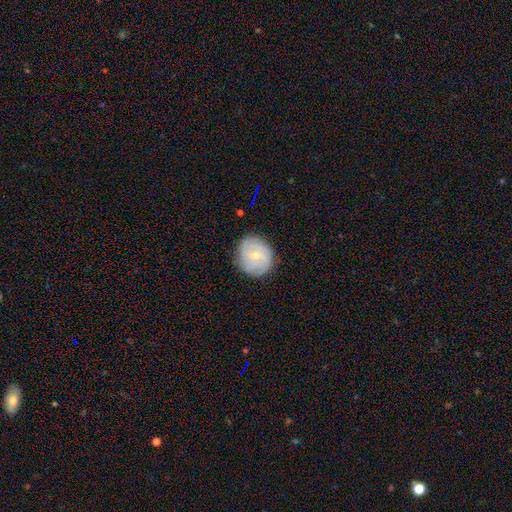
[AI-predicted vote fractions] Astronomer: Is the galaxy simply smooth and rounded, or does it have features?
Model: featured or disk — 62%.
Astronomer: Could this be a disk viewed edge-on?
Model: no — 97%.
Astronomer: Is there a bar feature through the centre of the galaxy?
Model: no — 46%, tied with weak at 46%.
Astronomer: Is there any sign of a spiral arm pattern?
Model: yes — 84%.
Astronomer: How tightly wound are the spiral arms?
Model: tight — 56% (runner-up: medium, 32%).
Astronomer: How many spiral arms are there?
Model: can't tell — 40% (runner-up: 2, 21%).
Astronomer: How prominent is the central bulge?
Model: small — 64%.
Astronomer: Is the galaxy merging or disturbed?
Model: none — 82%.